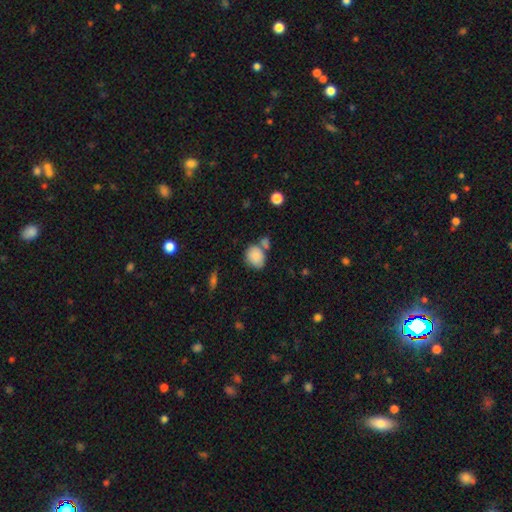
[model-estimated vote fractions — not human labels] A smooth galaxy with no disk features (83%) that is round (50%).

Vote fractions:
- Smooth or featured? smooth: 83% / featured or disk: 8% / star or artifact: 8%
- How rounded? round: 50% / in between: 49% / cigar-shaped: 1%
- Merging? none: 52% / merger: 26% / minor disturbance: 17% / major disturbance: 5%